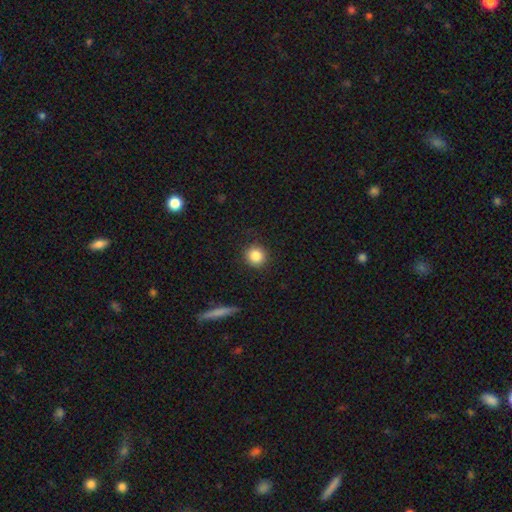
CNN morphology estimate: This is clearly a smooth galaxy (85%). How rounded: clearly round (92%). Merging: clearly none (90%).